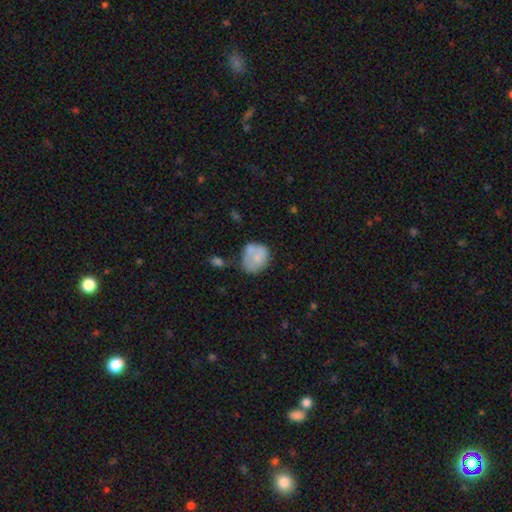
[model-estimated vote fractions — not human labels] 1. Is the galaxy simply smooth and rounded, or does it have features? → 69% smooth, 23% featured or disk, 8% star or artifact.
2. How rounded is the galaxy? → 63% round, 37% in between, 1% cigar-shaped.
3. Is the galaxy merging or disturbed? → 43% none, 27% minor disturbance, 16% merger, 14% major disturbance.